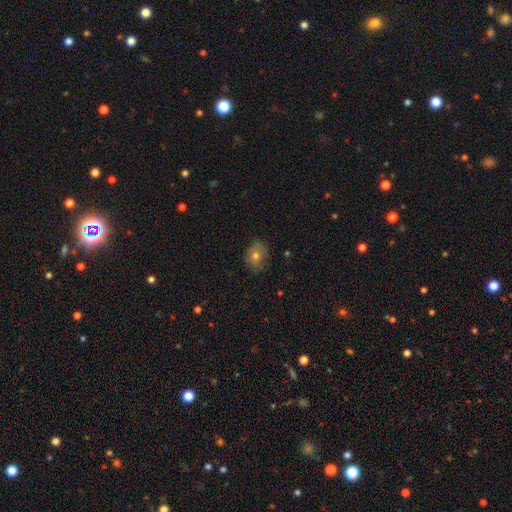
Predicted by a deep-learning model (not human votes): Smooth or featured: smooth — 68% (featured or disk — 20%)
How rounded: in between — 51% (round — 48%)
Merging: none — 78% (minor disturbance — 17%)